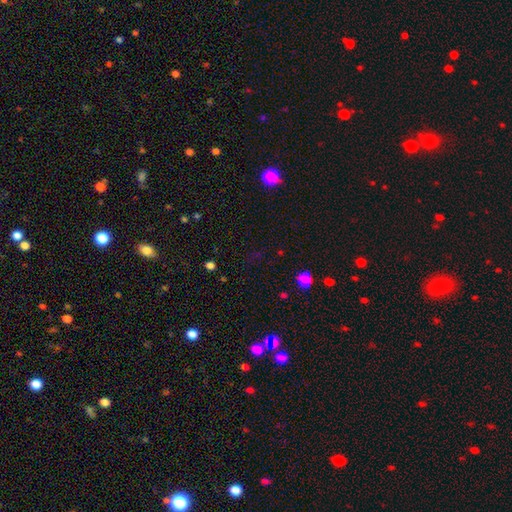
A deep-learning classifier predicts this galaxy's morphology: star or artifact 58%, smooth 35%, featured or disk 7%.